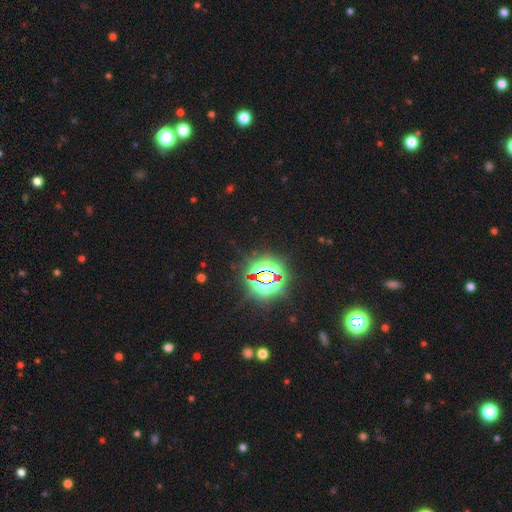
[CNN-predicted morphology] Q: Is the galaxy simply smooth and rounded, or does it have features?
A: star or artifact — 82%.